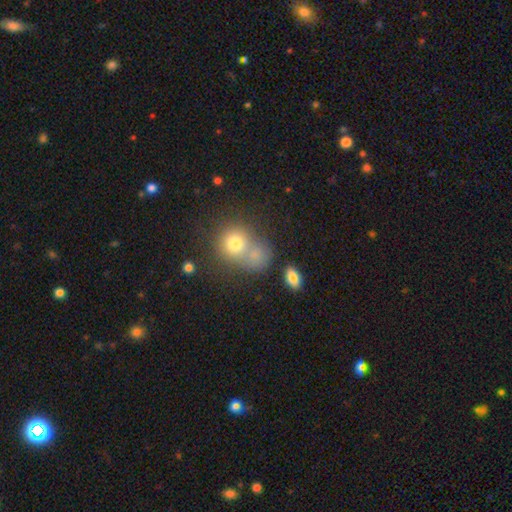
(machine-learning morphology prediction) This is likely a smooth galaxy (75%). How rounded: likely round (63%). Merging: marginally merger (43%).